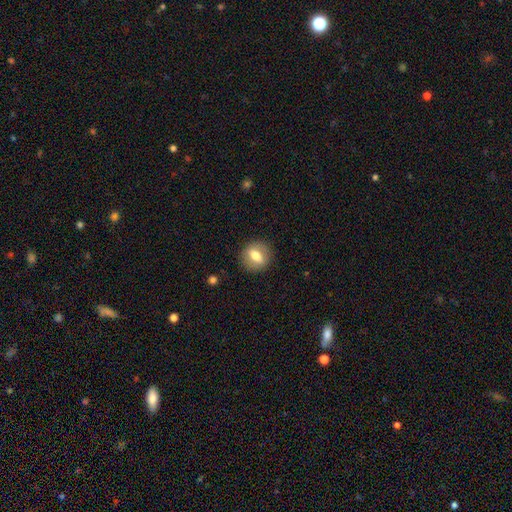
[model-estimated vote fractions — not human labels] Overall: smooth (62%; featured or disk 30%). How rounded: round (70%). Merging: none (88%).